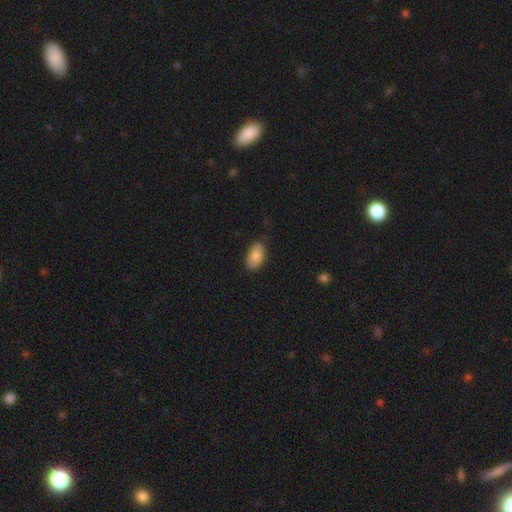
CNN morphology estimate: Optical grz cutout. It shows a smooth galaxy with no disk features (84%) that is in between round and cigar-shaped (93%). Merging: none (80%).